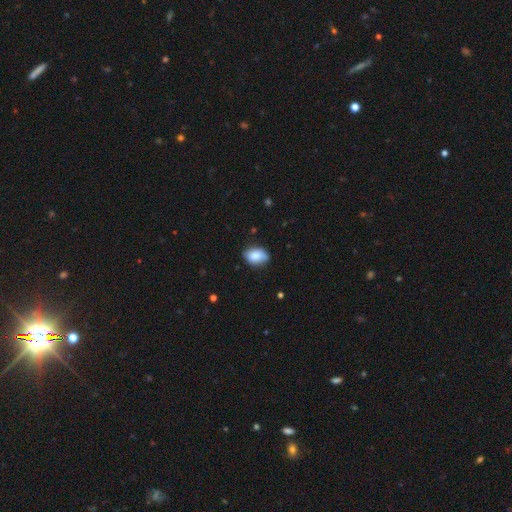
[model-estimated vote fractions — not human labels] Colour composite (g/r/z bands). It shows a smooth galaxy with no disk features (80%) that is in between round and cigar-shaped (83%). Merging: none (75%).